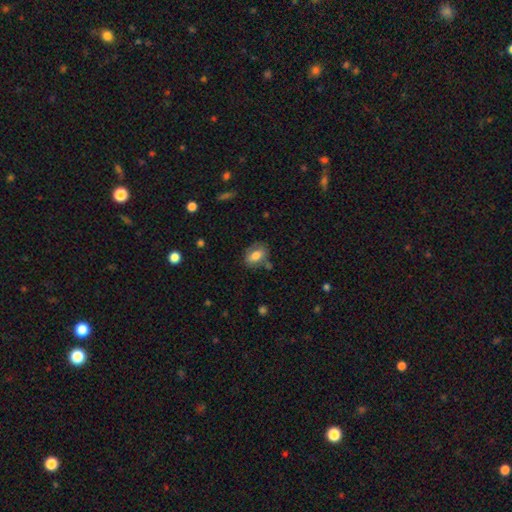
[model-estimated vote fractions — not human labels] smooth-or-featured: smooth: 75% | featured or disk: 17% | star or artifact: 8%
  how-rounded: in between: 81% | round: 17% | cigar-shaped: 2%
  merging: none: 67% | minor disturbance: 20% | merger: 7% | major disturbance: 6%